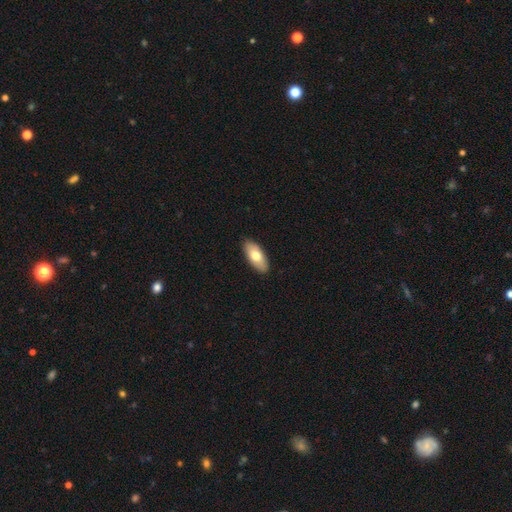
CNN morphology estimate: smooth-or-featured: smooth: 74% | featured or disk: 20% | star or artifact: 6%
  how-rounded: in between: 89% | cigar-shaped: 9% | round: 2%
  merging: none: 89% | minor disturbance: 8% | major disturbance: 2% | merger: 1%